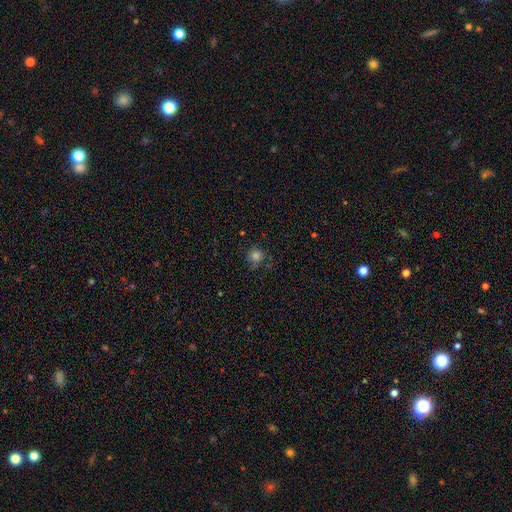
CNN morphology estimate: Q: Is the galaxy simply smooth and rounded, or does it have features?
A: smooth — 80%.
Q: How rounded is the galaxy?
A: round — 90%.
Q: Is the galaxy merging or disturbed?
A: none — 69%.